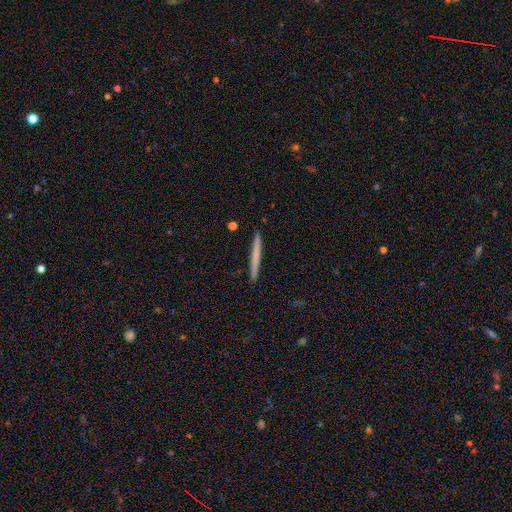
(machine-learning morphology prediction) Overall: smooth (62%; featured or disk 33%). How rounded: cigar-shaped (97%). Merging: none (93%).